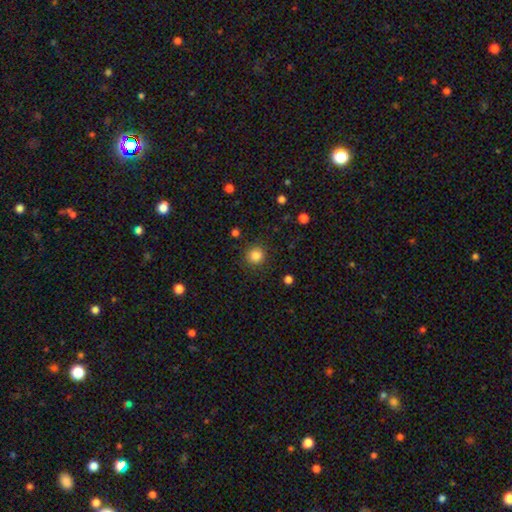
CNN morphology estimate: Overall: smooth (84%). How rounded: round (93%). Merging: none (89%).